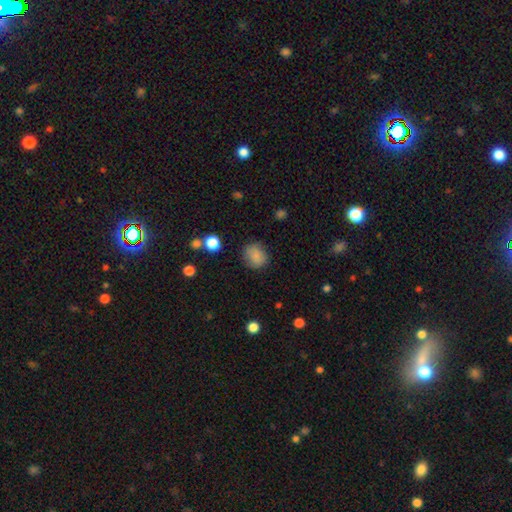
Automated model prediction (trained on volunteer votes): smooth-or-featured: smooth: 84% | star or artifact: 10% | featured or disk: 6%
  how-rounded: round: 69% | in between: 30% | cigar-shaped: 1%
  merging: none: 80% | minor disturbance: 14% | major disturbance: 4% | merger: 2%